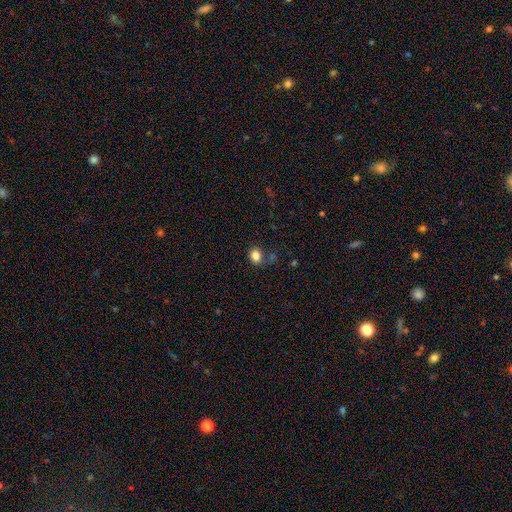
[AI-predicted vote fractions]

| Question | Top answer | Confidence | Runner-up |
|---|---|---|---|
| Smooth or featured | smooth | 83% | star or artifact (11%) |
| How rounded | round | 68% | in between (31%) |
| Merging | none | 72% | minor disturbance (15%) |